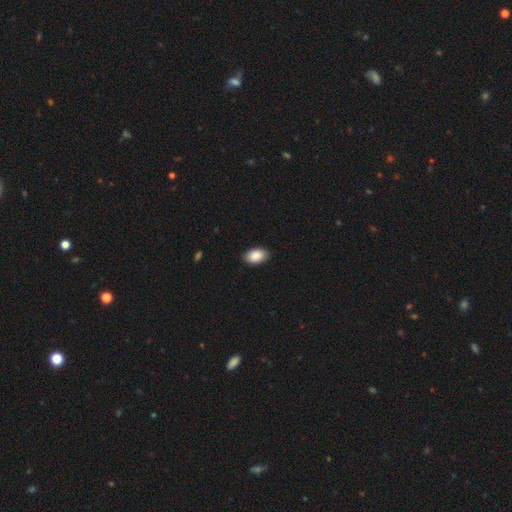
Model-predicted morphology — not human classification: Smooth or featured?
  - smooth: 90% *
  - star or artifact: 6%
  - featured or disk: 4%
How rounded?
  - in between: 92% *
  - round: 6%
  - cigar-shaped: 1%
Merging?
  - none: 87% *
  - minor disturbance: 10%
  - major disturbance: 2%
  - merger: 1%